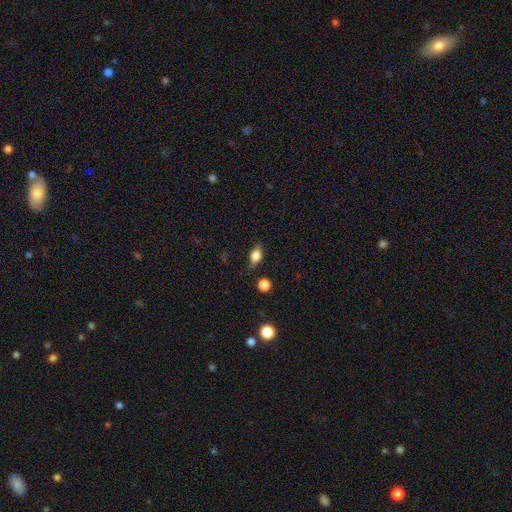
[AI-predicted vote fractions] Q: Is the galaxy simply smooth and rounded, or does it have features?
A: smooth — 73%.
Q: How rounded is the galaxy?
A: in between — 72%.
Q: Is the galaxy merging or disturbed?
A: none — 73%.